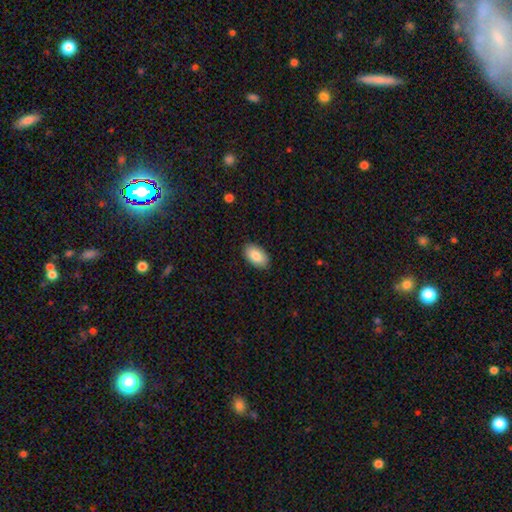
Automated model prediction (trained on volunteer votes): Morphology: type=smooth (85%); roundness=in between (94%); merging=none (89%).